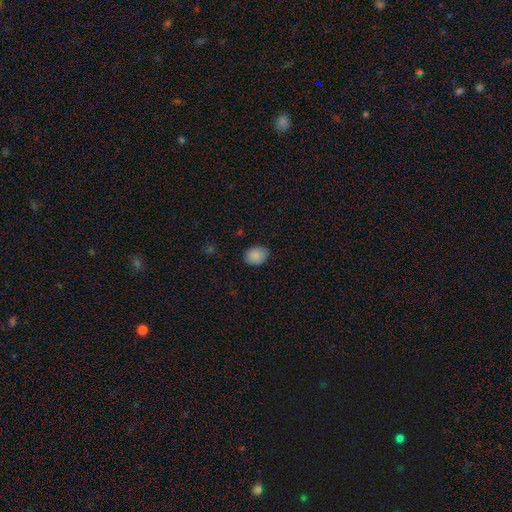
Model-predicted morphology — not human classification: Overall: smooth (88%). How rounded: in between (57%; round 43%). Merging: none (85%).